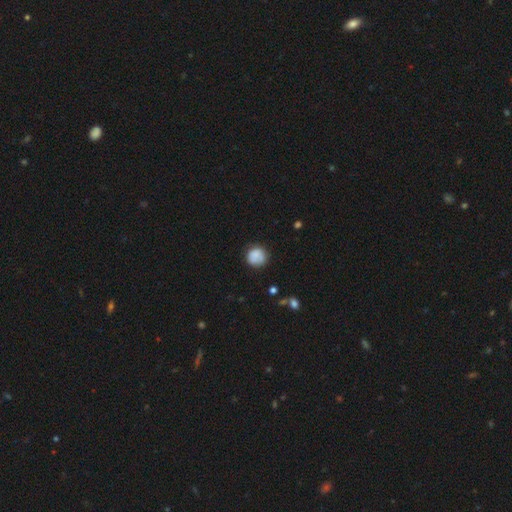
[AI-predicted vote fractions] smooth 83%, featured or disk 9%, star or artifact 8%. Down the decision tree: how rounded — round (89%); merging — none (73%).